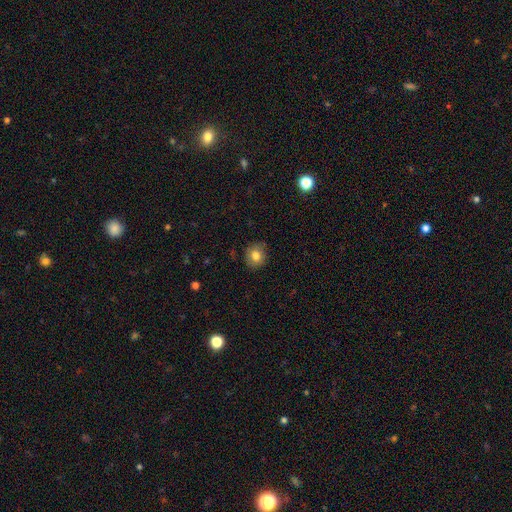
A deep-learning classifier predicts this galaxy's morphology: smooth-or-featured: smooth: 80% | star or artifact: 10% | featured or disk: 10%
  how-rounded: round: 81% | in between: 18% | cigar-shaped: 1%
  merging: none: 85% | minor disturbance: 11% | major disturbance: 2% | merger: 1%